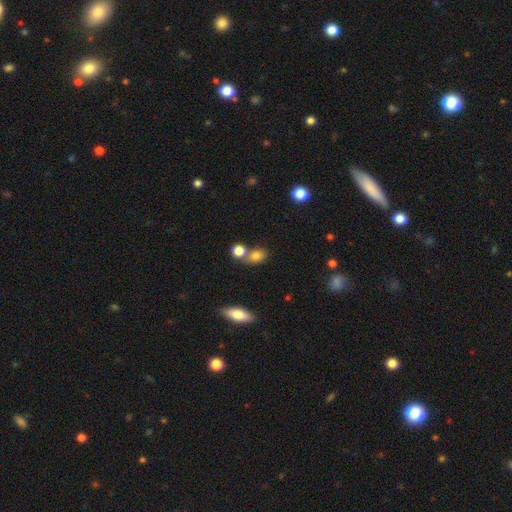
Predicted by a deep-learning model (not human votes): Smooth or featured? Predicted: smooth (p=0.80). How rounded? Predicted: in between (p=0.51). Merging? Predicted: none (p=0.52).